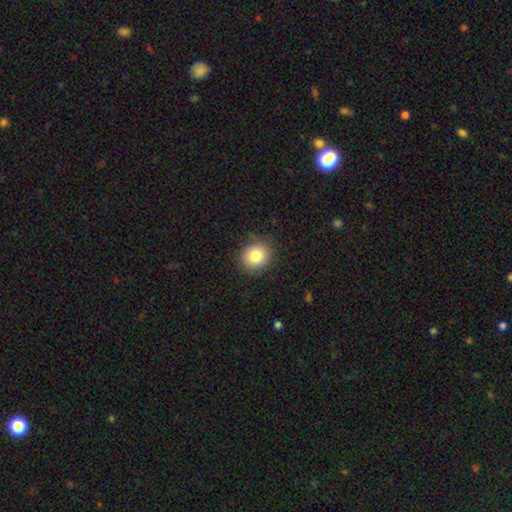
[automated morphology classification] Q: Smooth or featured?
A: smooth (83%); runner-up: star or artifact (9%)
Q: How rounded?
A: round (73%); runner-up: in between (26%)
Q: Merging?
A: none (85%); runner-up: minor disturbance (11%)